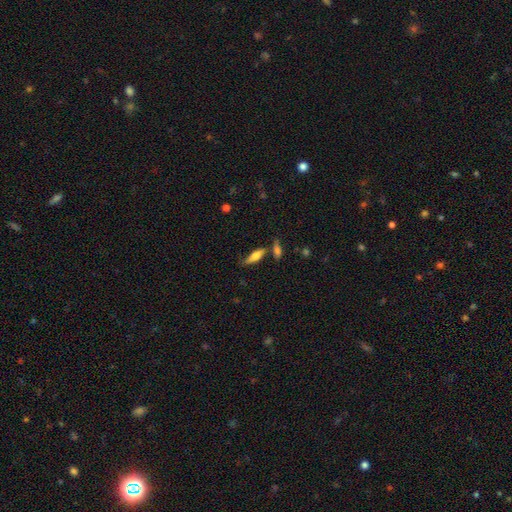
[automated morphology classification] smooth_or_featured: smooth (p=0.61) [alt: featured or disk p=0.31]
how_rounded: cigar-shaped (p=0.52) [alt: in between p=0.45]
merging: none (p=0.64) [alt: minor disturbance p=0.16]